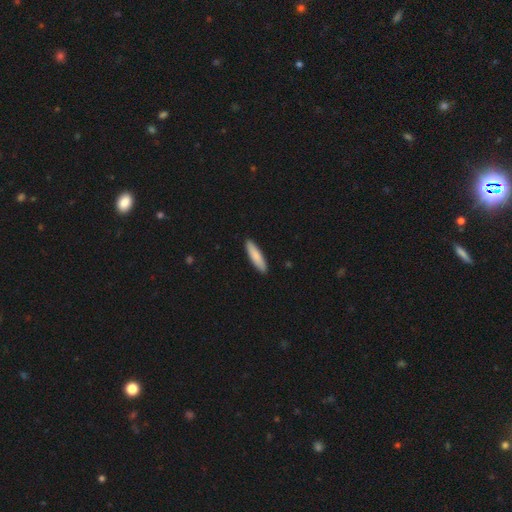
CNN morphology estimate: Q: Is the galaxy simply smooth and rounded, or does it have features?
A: smooth — 85%.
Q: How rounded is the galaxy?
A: cigar-shaped — 79%.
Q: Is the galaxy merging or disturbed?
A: none — 91%.